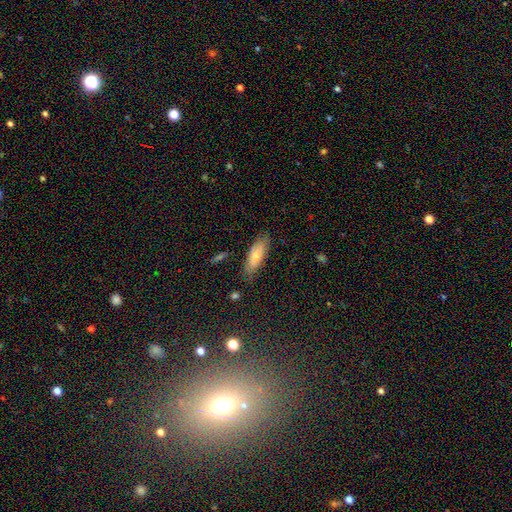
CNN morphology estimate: Smooth or featured: smooth — 70% (featured or disk — 23%)
How rounded: in between — 66% (cigar-shaped — 32%)
Merging: none — 78% (minor disturbance — 17%)